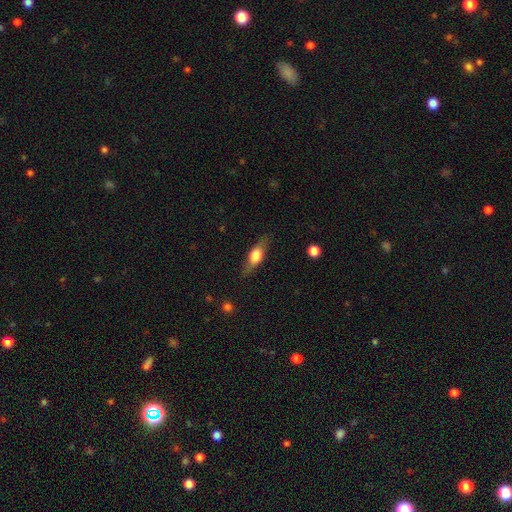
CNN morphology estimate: Smooth or featured? Predicted: smooth (p=0.56). How rounded? Predicted: in between (p=0.60). Merging? Predicted: none (p=0.79).